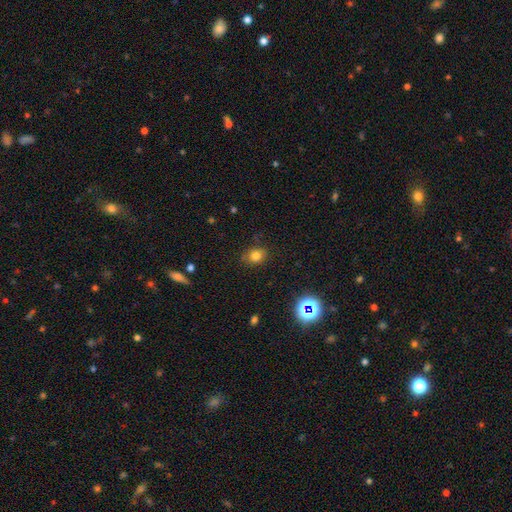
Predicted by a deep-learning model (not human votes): Overall: smooth (78%). How rounded: round (64%; in between 35%). Merging: none (82%).